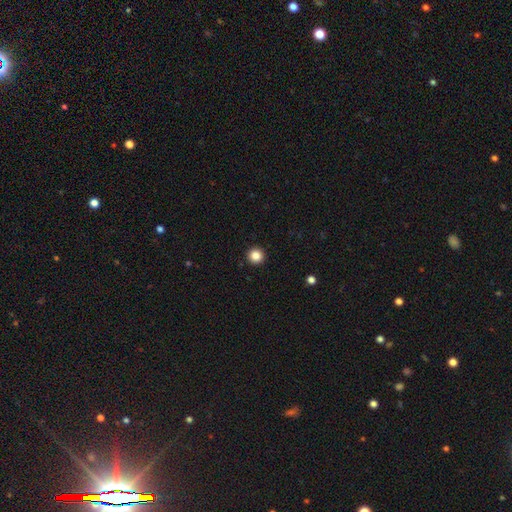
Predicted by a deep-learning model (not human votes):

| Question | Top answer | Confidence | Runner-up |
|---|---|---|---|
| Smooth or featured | smooth | 86% | star or artifact (11%) |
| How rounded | round | 96% | in between (3%) |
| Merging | none | 94% | minor disturbance (4%) |